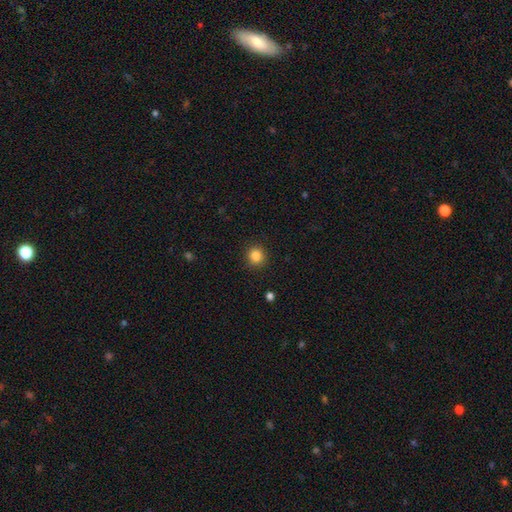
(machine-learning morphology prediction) smooth 85%, star or artifact 11%, featured or disk 4%. Down the decision tree: how rounded — round (90%); merging — none (91%).